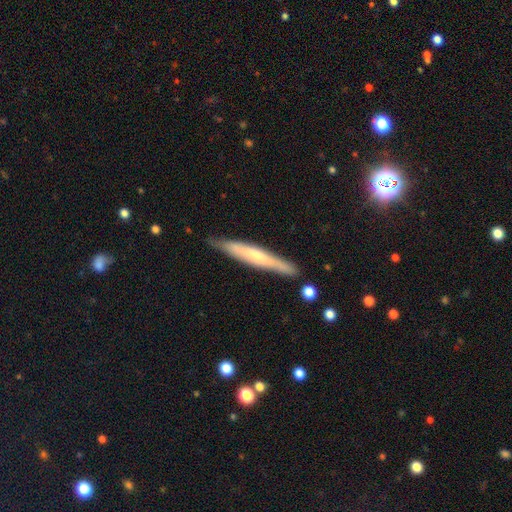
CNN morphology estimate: featured or disk 53%, smooth 41%, star or artifact 6%. Down the decision tree: edge-on disk — yes (91%); merging — none (84%).